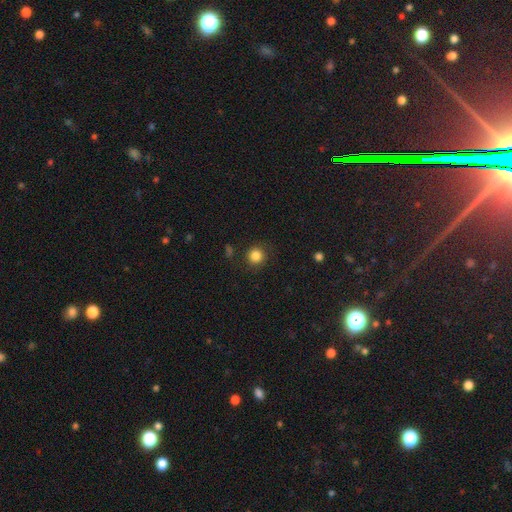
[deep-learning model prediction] Smooth or featured? smooth (84%)
How rounded? round (93%)
Merging? none (87%)